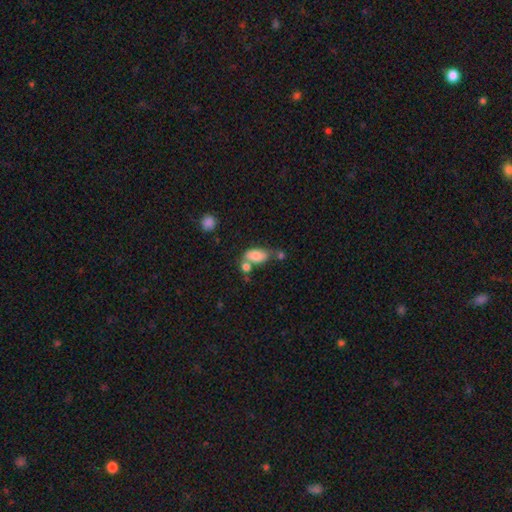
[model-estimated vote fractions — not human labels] This appears to be a smooth galaxy with no disk features (79%) that is in between round and cigar-shaped (90%). Merging: none (38%).